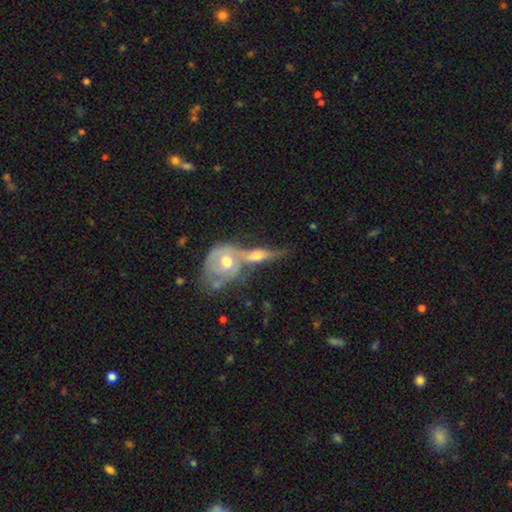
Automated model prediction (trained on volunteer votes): Q: Smooth or featured?
A: featured or disk (66%); runner-up: smooth (27%)
Q: Edge-on disk?
A: yes (51%); runner-up: no (49%)
Q: Merging?
A: merger (56%); runner-up: none (28%)